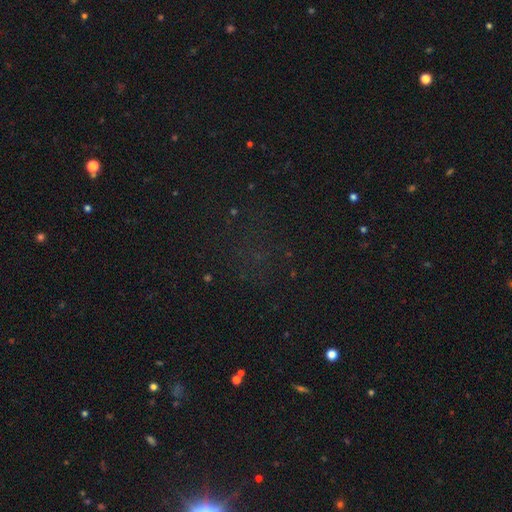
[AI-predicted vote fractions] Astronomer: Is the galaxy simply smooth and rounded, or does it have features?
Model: star or artifact — 69%.